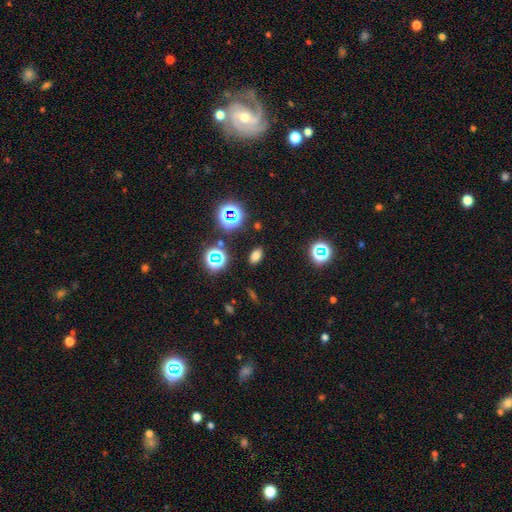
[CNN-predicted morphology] Smooth or featured? smooth (71%)
How rounded? in between (85%)
Merging? none (87%)